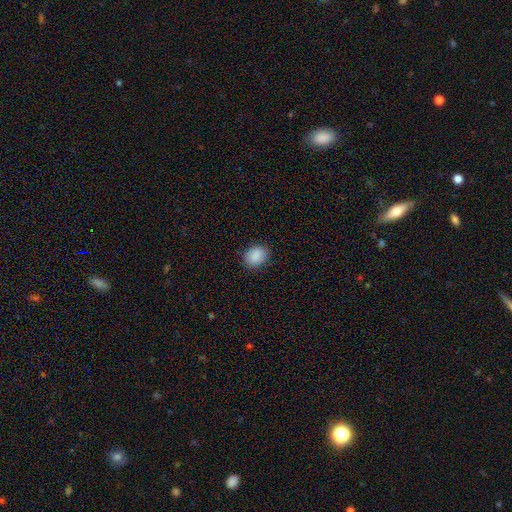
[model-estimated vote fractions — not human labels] Smooth or featured? Predicted: smooth (p=0.89). How rounded? Predicted: in between (p=0.50). Merging? Predicted: none (p=0.86).